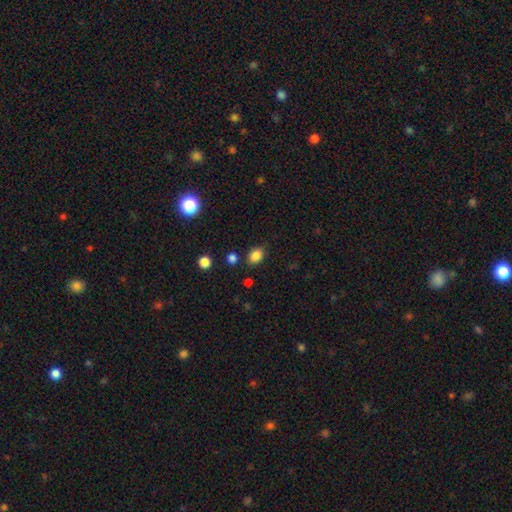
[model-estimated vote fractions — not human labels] Smooth or featured: smooth — 85% (star or artifact — 11%)
How rounded: in between — 65% (round — 34%)
Merging: none — 81% (minor disturbance — 12%)